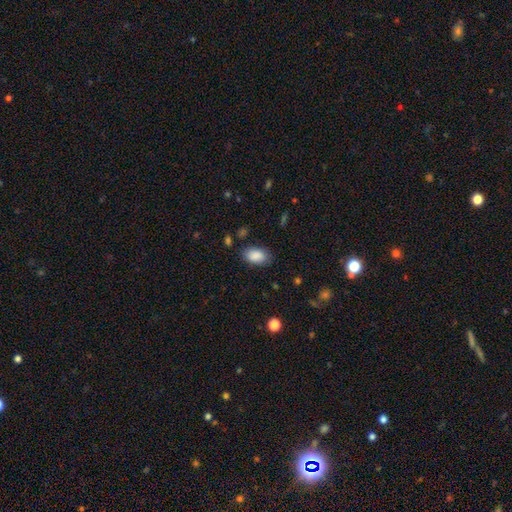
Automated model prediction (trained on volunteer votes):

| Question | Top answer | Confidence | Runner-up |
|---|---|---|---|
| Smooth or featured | smooth | 88% | star or artifact (7%) |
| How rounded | in between | 91% | round (8%) |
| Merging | none | 82% | minor disturbance (13%) |